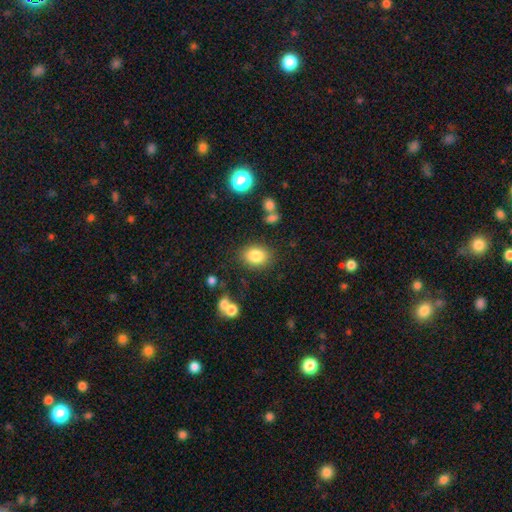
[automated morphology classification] smooth-or-featured: smooth: 84% | star or artifact: 9% | featured or disk: 7%
  how-rounded: in between: 57% | round: 42% | cigar-shaped: 1%
  merging: none: 82% | minor disturbance: 11% | major disturbance: 4% | merger: 4%